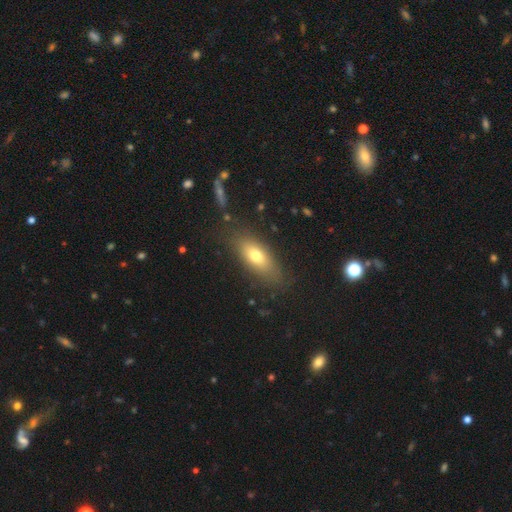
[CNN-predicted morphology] A smooth galaxy with no disk features (69%) that is in between round and cigar-shaped (72%).

Vote fractions:
- Smooth or featured? smooth: 69% / featured or disk: 22% / star or artifact: 9%
- How rounded? in between: 72% / cigar-shaped: 23% / round: 5%
- Merging? none: 80% / minor disturbance: 13% / major disturbance: 5% / merger: 2%